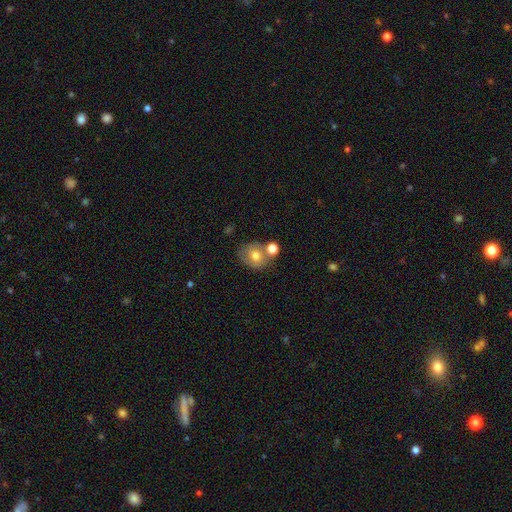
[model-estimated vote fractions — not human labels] This appears to be a smooth galaxy with no disk features (65%) that is round (62%). Merging: none (49%).